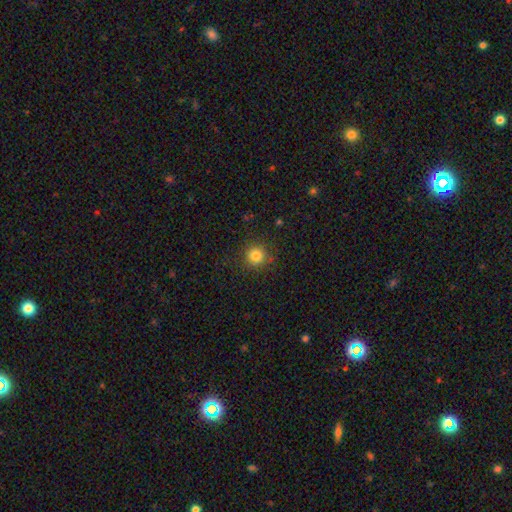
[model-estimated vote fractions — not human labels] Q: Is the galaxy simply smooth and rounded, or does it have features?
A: smooth — 82%.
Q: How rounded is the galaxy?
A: round — 94%.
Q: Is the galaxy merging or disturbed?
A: none — 88%.